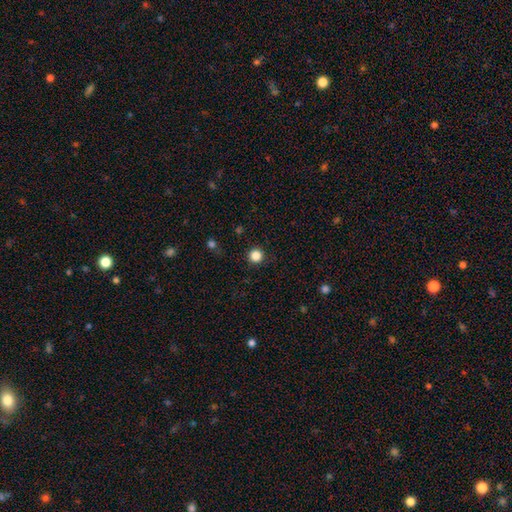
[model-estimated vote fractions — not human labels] Overall: smooth (85%). How rounded: round (96%). Merging: none (92%).